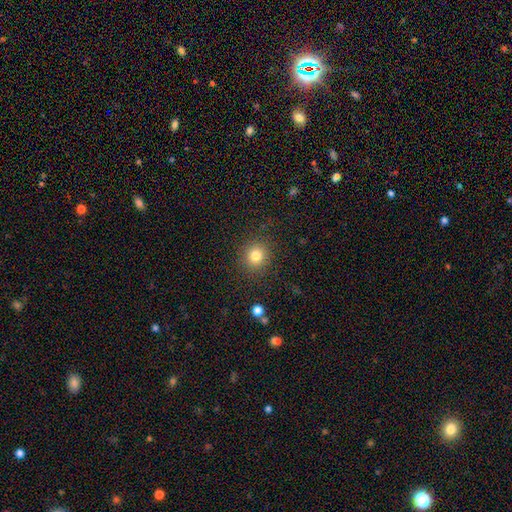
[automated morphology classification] Smooth or featured: smooth — 82% (star or artifact — 12%)
How rounded: round — 88% (in between — 11%)
Merging: none — 88% (minor disturbance — 7%)